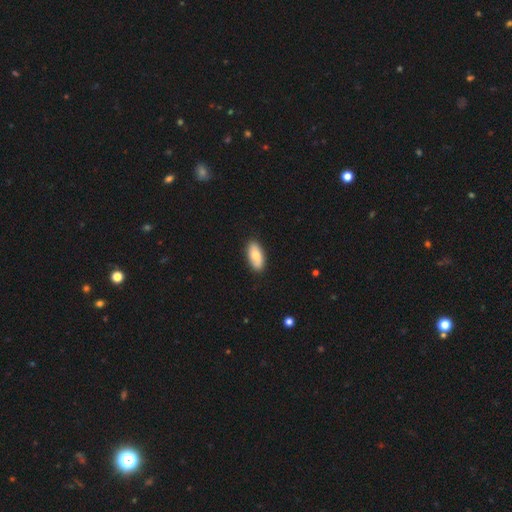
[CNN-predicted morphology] A smooth galaxy with no disk features (72%) that is in between round and cigar-shaped (89%). Merging: none (87%).